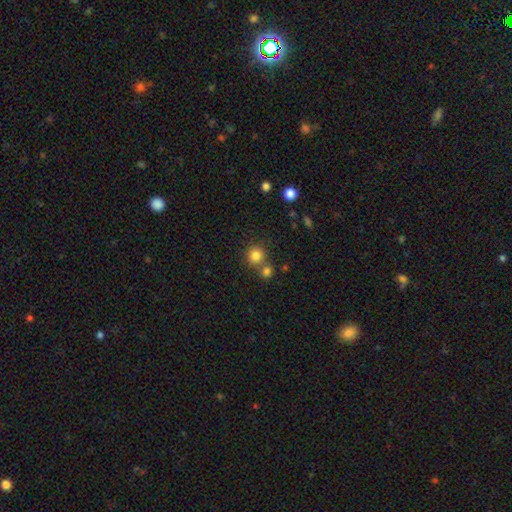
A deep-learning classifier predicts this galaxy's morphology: Smooth or featured? smooth (82%)
How rounded? round (91%)
Merging? none (65%)